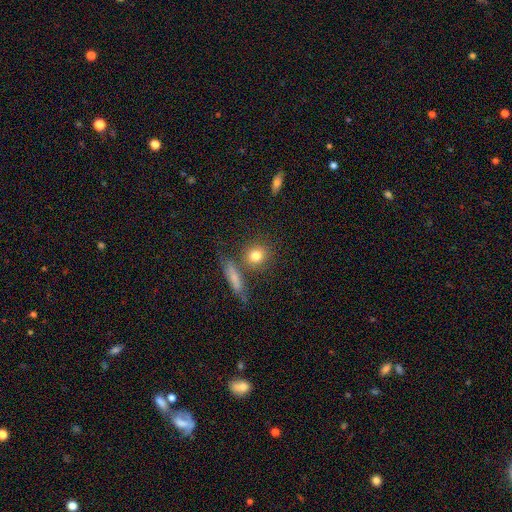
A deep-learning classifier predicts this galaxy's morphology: Q: Smooth or featured?
A: smooth (78%); runner-up: featured or disk (11%)
Q: How rounded?
A: round (78%); runner-up: in between (18%)
Q: Merging?
A: none (72%); runner-up: merger (14%)